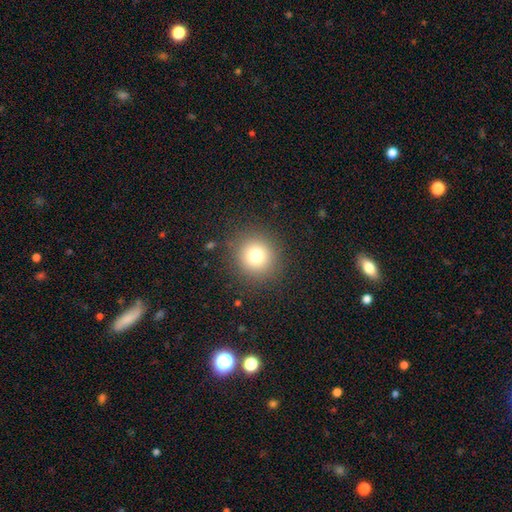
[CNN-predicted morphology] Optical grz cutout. It shows a smooth galaxy with no disk features (76%) that is round (93%). Merging: none (89%).